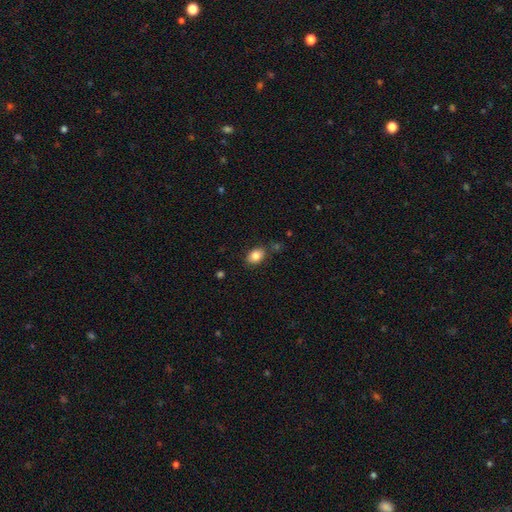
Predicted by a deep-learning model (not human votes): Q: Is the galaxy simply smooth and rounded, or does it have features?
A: smooth — 84%.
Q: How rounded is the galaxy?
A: in between — 78%.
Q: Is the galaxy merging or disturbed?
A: none — 79%.